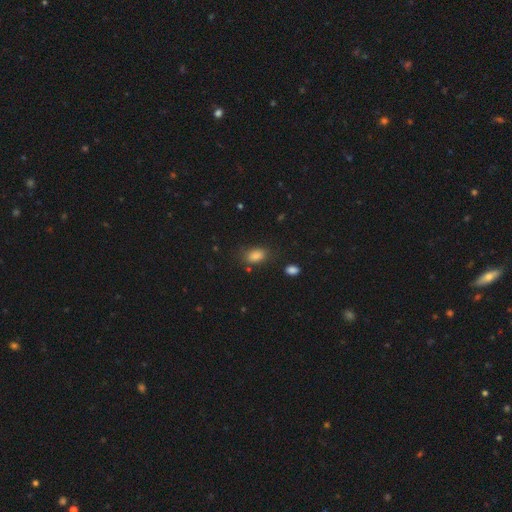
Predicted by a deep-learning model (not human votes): Smooth or featured? smooth (84%)
How rounded? in between (86%)
Merging? none (72%)